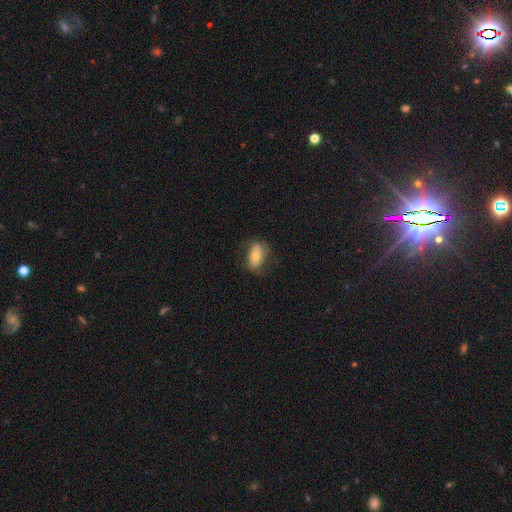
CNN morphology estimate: A smooth galaxy with no disk features (60%) that is in between round and cigar-shaped (87%).

Vote fractions:
- Smooth or featured? smooth: 60% / featured or disk: 32% / star or artifact: 8%
- How rounded? in between: 87% / round: 9% / cigar-shaped: 4%
- Merging? none: 69% / minor disturbance: 22% / major disturbance: 8% / merger: 1%